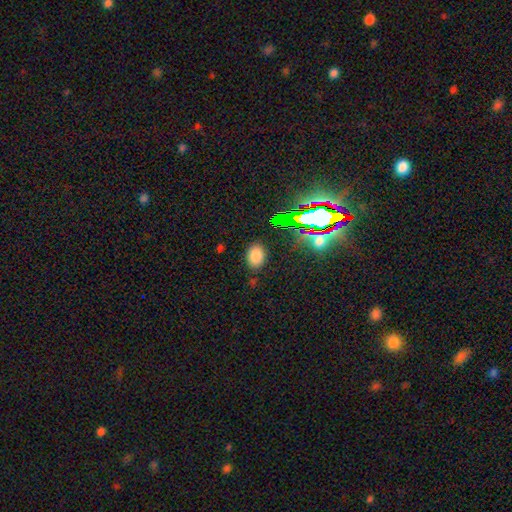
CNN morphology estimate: A smooth galaxy with no disk features (79%) that is in between round and cigar-shaped (78%).

Vote fractions:
- Smooth or featured? smooth: 79% / star or artifact: 15% / featured or disk: 6%
- How rounded? in between: 78% / round: 21% / cigar-shaped: 1%
- Merging? none: 84% / minor disturbance: 11% / major disturbance: 3% / merger: 2%